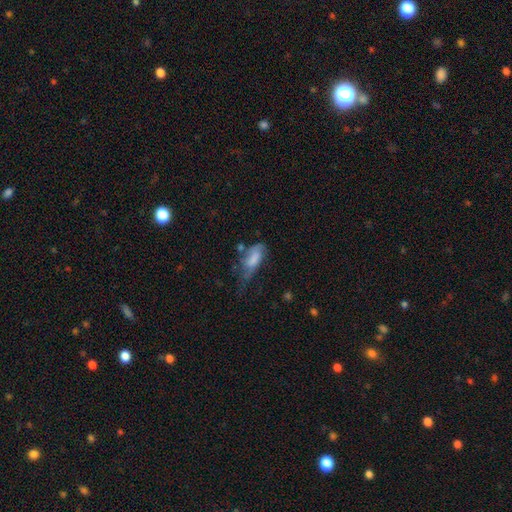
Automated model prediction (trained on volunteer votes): A smooth galaxy with no disk features (57%) that is in between round and cigar-shaped (78%).

Vote fractions:
- Smooth or featured? smooth: 57% / featured or disk: 33% / star or artifact: 11%
- How rounded? in between: 78% / cigar-shaped: 18% / round: 4%
- Merging? major disturbance: 33% / minor disturbance: 32% / none: 29% / merger: 6%